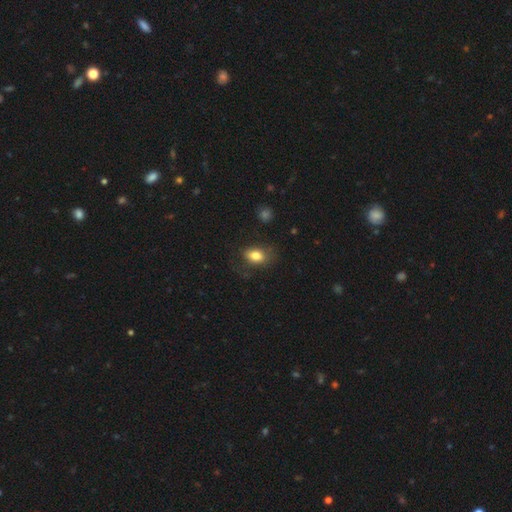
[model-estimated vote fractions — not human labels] Smooth or featured: smooth — 81% (featured or disk — 11%)
How rounded: in between — 82% (round — 16%)
Merging: none — 65% (minor disturbance — 22%)